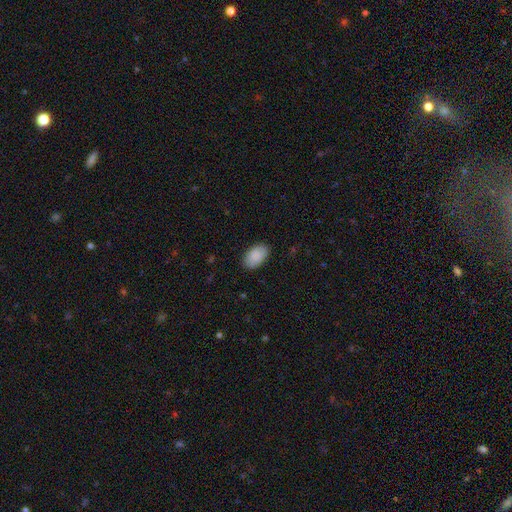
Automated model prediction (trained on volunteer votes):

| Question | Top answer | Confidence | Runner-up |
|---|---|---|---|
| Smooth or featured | smooth | 90% | star or artifact (6%) |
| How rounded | in between | 94% | round (5%) |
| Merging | none | 86% | minor disturbance (11%) |